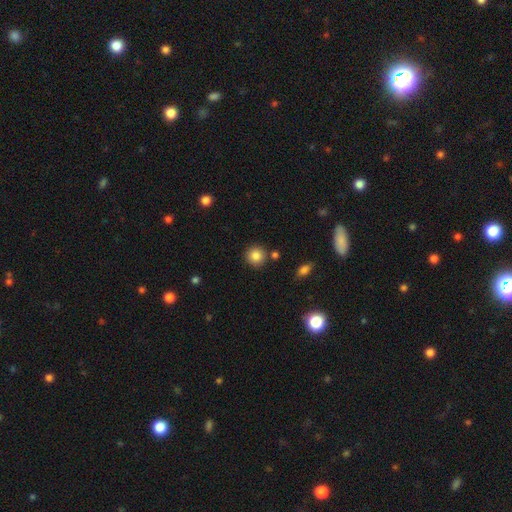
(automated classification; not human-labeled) smooth-or-featured: smooth: 84% | star or artifact: 10% | featured or disk: 6%
  how-rounded: round: 93% | in between: 6% | cigar-shaped: 1%
  merging: none: 84% | minor disturbance: 8% | merger: 6% | major disturbance: 2%